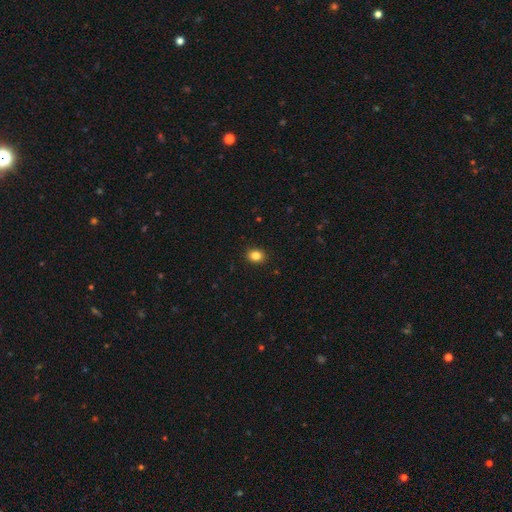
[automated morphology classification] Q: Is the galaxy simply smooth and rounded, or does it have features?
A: smooth — 85%.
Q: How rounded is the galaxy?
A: round — 55%.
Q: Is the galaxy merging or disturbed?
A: none — 91%.